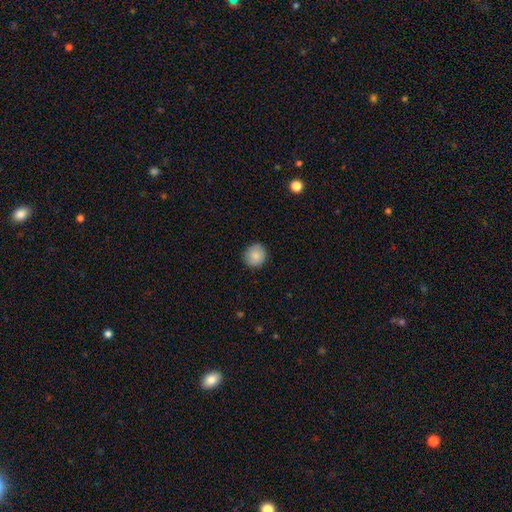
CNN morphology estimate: smooth-or-featured: smooth: 86% | star or artifact: 8% | featured or disk: 6%
  how-rounded: round: 90% | in between: 9% | cigar-shaped: 1%
  merging: none: 88% | minor disturbance: 9% | major disturbance: 2% | merger: 1%